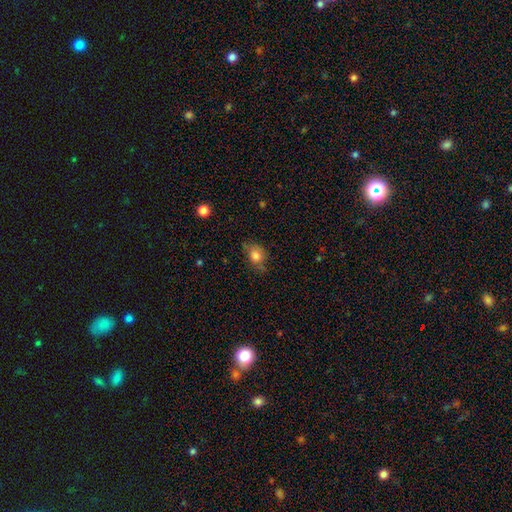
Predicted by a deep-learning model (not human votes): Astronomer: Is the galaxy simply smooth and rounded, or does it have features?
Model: smooth — 80%.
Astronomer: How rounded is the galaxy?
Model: round — 51% (runner-up: in between, 47%).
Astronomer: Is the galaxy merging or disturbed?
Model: none — 66%.